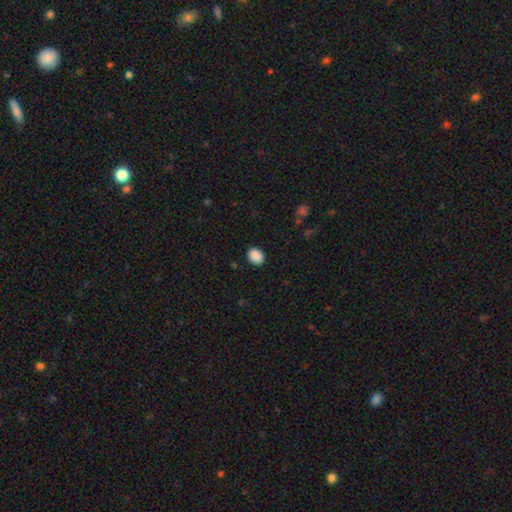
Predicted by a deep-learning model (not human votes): Q: Smooth or featured?
A: smooth (89%); runner-up: star or artifact (8%)
Q: How rounded?
A: in between (54%); runner-up: round (45%)
Q: Merging?
A: none (88%); runner-up: minor disturbance (9%)